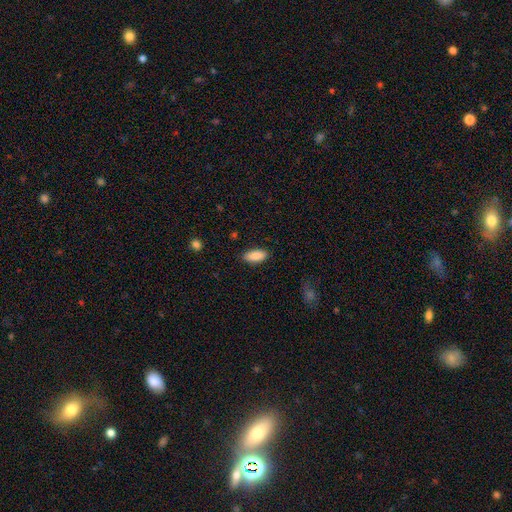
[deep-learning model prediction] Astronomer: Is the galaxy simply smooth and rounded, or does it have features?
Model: smooth — 89%.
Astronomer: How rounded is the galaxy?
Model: in between — 85%.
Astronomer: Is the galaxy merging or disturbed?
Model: none — 87%.